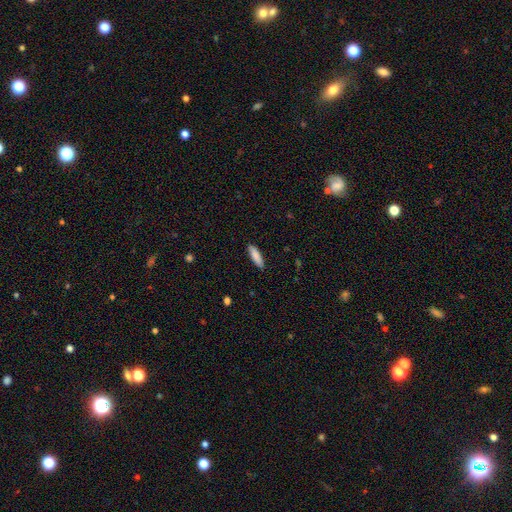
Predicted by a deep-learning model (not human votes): Q: Smooth or featured?
A: smooth (87%); runner-up: featured or disk (7%)
Q: How rounded?
A: cigar-shaped (60%); runner-up: in between (39%)
Q: Merging?
A: none (89%); runner-up: minor disturbance (9%)